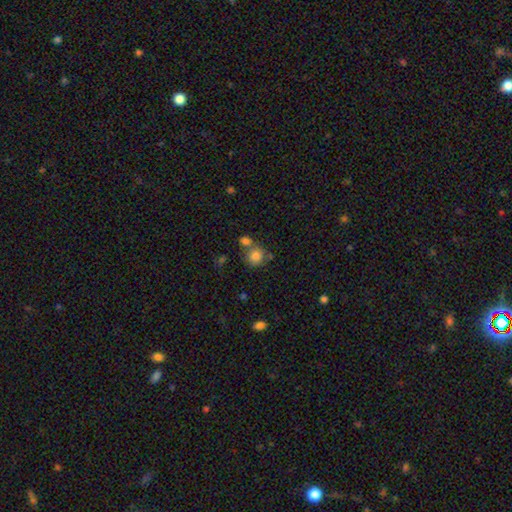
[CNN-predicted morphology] Overall: smooth (81%). How rounded: round (85%). Merging: none (54%; merger 29%).